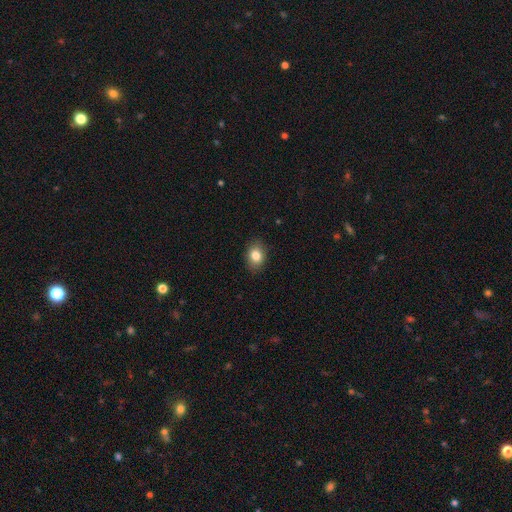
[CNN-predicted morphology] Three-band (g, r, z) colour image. It shows a smooth galaxy with no disk features (83%) that is in between round and cigar-shaped (66%). Merging: none (87%).